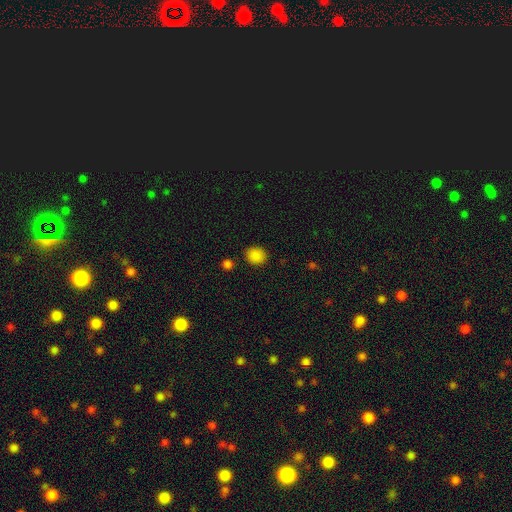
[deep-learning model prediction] smooth-or-featured: smooth: 86% | star or artifact: 11% | featured or disk: 3%
  how-rounded: round: 74% | in between: 25% | cigar-shaped: 1%
  merging: none: 86% | minor disturbance: 8% | merger: 3% | major disturbance: 3%